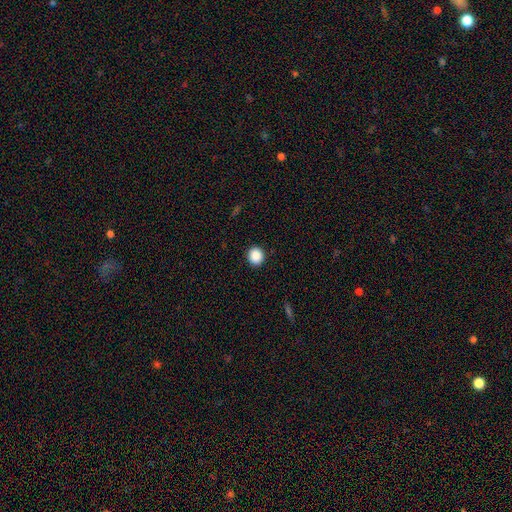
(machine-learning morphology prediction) The model was most divided on "how rounded": round: 86%, in between: 13%, cigar-shaped: 1%. More confident: merging — none (92%); smooth or featured — smooth (88%).